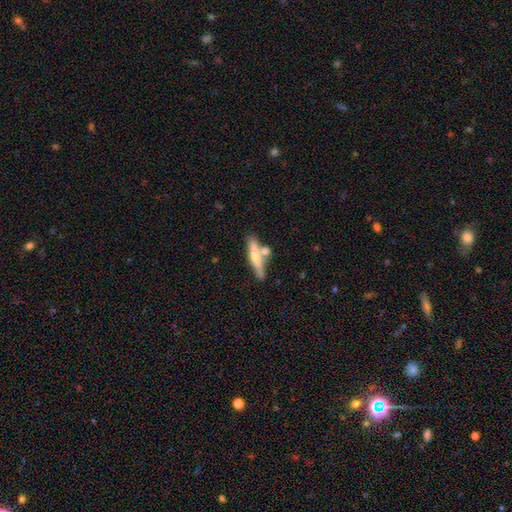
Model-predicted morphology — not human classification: Smooth or featured: smooth — 50% (featured or disk — 44%)
How rounded: cigar-shaped — 82% (in between — 15%)
Merging: none — 60% (merger — 23%)